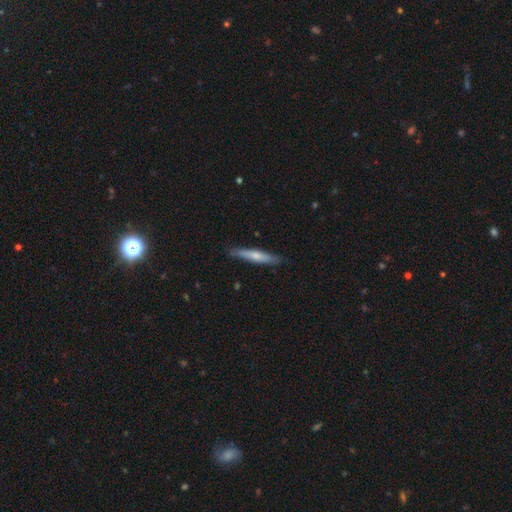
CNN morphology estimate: smooth 58%, featured or disk 37%, star or artifact 5%. Down the decision tree: how rounded — cigar-shaped (91%); merging — none (86%).